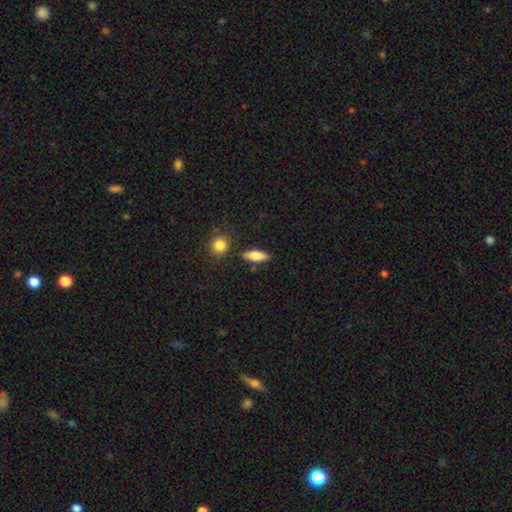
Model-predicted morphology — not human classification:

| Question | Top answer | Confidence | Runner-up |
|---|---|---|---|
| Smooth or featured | smooth | 74% | featured or disk (19%) |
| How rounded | in between | 57% | cigar-shaped (38%) |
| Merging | none | 84% | minor disturbance (10%) |